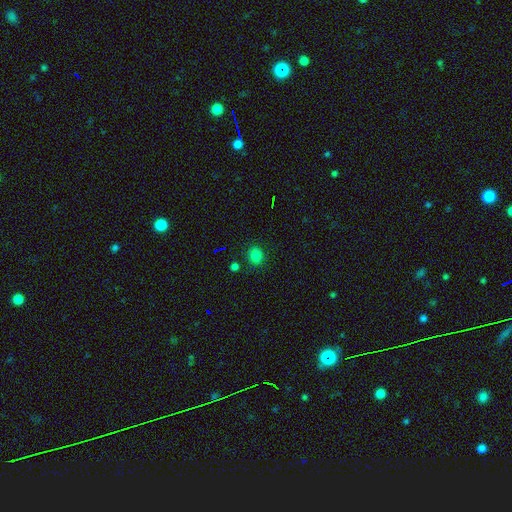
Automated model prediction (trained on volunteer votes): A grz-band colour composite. It shows a smooth galaxy with no disk features (79%) that is round (71%). Merging: none (84%).